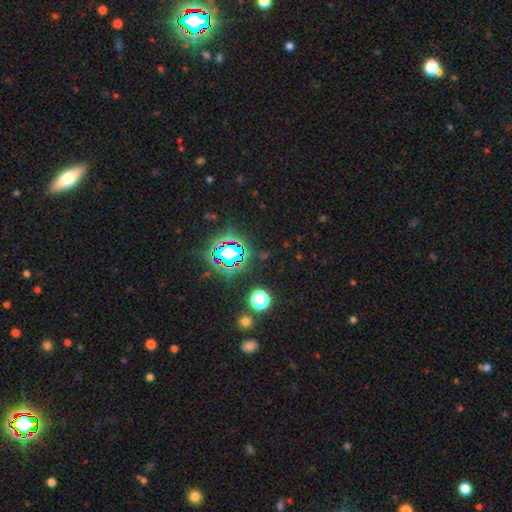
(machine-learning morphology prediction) Smooth or featured? Predicted: star or artifact (p=0.80).